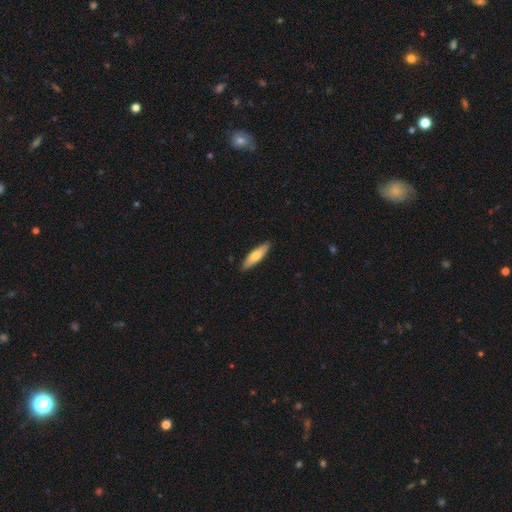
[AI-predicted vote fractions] This is likely a smooth galaxy (70%). How rounded: likely cigar-shaped (68%). Merging: clearly none (89%).